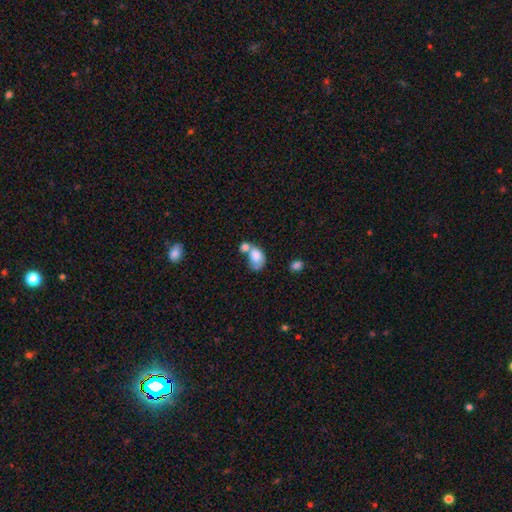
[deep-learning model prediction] Smooth or featured: smooth — 73% (featured or disk — 19%)
How rounded: in between — 75% (round — 23%)
Merging: merger — 57% (none — 19%)